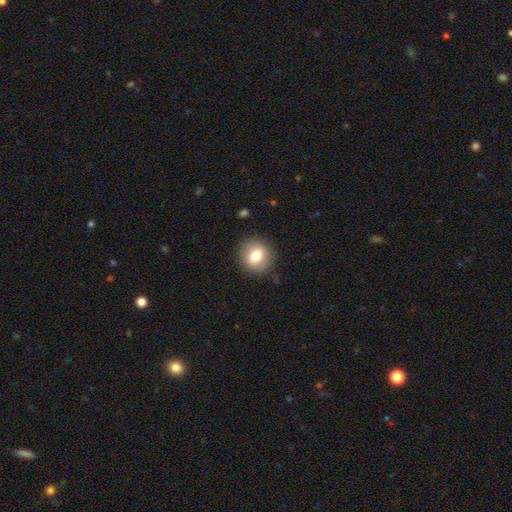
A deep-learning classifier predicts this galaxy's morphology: smooth-or-featured: smooth: 77% | featured or disk: 14% | star or artifact: 9%
  how-rounded: round: 85% | in between: 14% | cigar-shaped: 1%
  merging: none: 88% | minor disturbance: 8% | major disturbance: 3% | merger: 1%